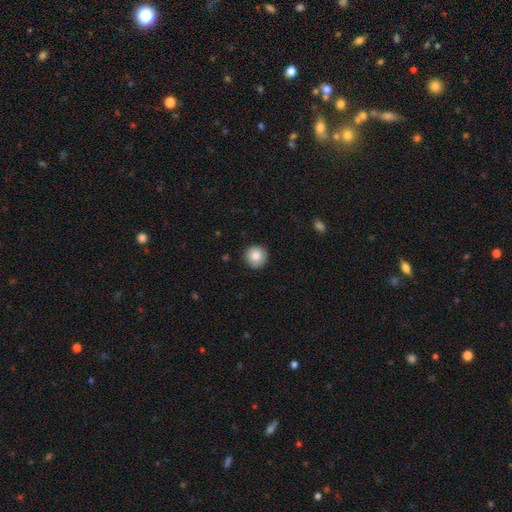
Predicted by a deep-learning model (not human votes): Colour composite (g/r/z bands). It shows a smooth galaxy with no disk features (86%) that is round (94%). Merging: none (90%).